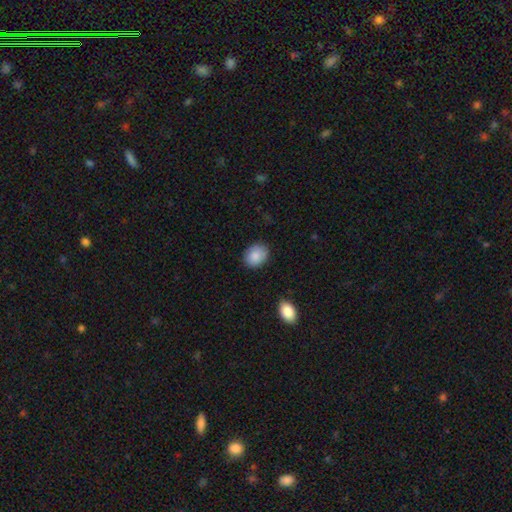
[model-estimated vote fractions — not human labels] Smooth or featured? smooth (88%)
How rounded? in between (54%)
Merging? none (84%)